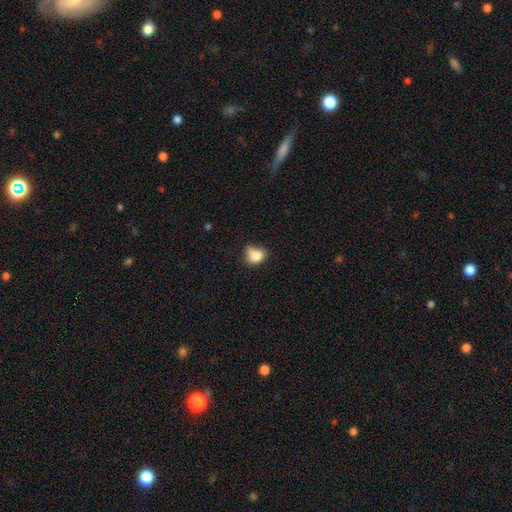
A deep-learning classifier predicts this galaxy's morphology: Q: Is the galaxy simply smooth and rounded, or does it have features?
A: smooth — 80%.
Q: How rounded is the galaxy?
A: round — 58%.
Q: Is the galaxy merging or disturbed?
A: none — 42%.